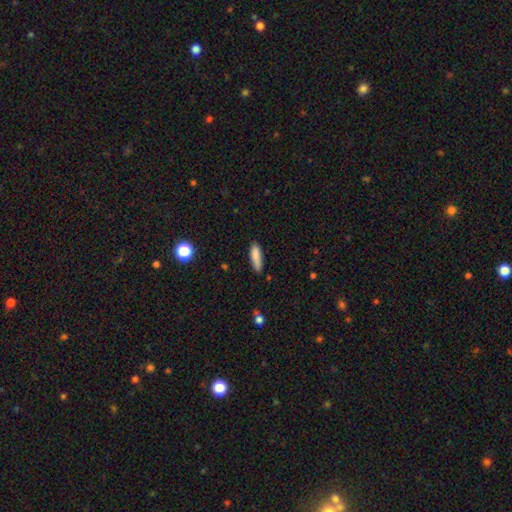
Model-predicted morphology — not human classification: A smooth galaxy with no disk features (85%) that is cigar-shaped (61%).

Vote fractions:
- Smooth or featured? smooth: 85% / star or artifact: 8% / featured or disk: 7%
- How rounded? cigar-shaped: 61% / in between: 37% / round: 2%
- Merging? none: 76% / minor disturbance: 19% / major disturbance: 3% / merger: 2%